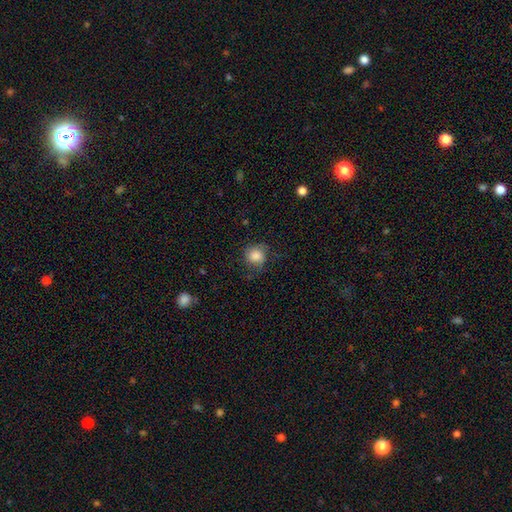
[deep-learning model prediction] smooth 79%, featured or disk 13%, star or artifact 8%. Down the decision tree: how rounded — round (83%); merging — none (60%).